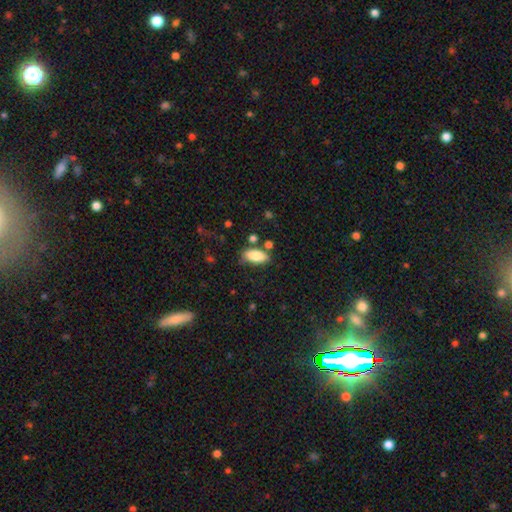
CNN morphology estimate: Overall: smooth (85%). How rounded: in between (87%). Merging: none (72%).